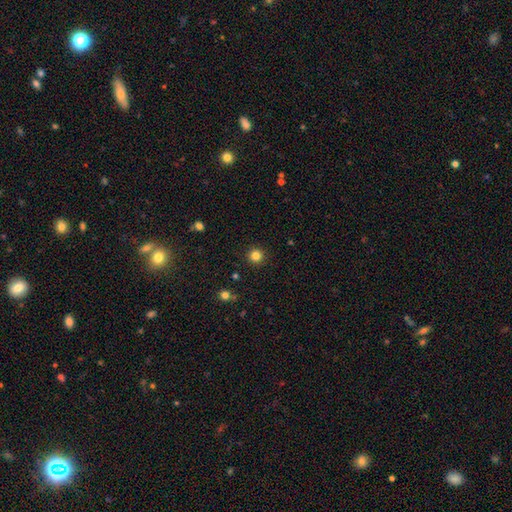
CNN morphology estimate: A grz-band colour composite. It shows a smooth galaxy with no disk features (83%) that is round (96%). Merging: none (92%).